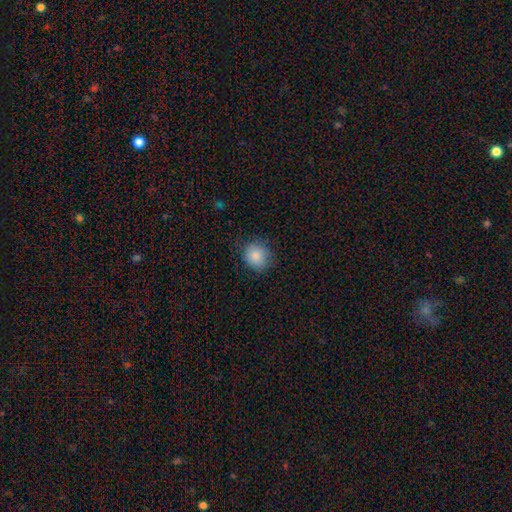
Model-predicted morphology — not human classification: Overall: smooth (85%). How rounded: round (80%). Merging: none (78%).